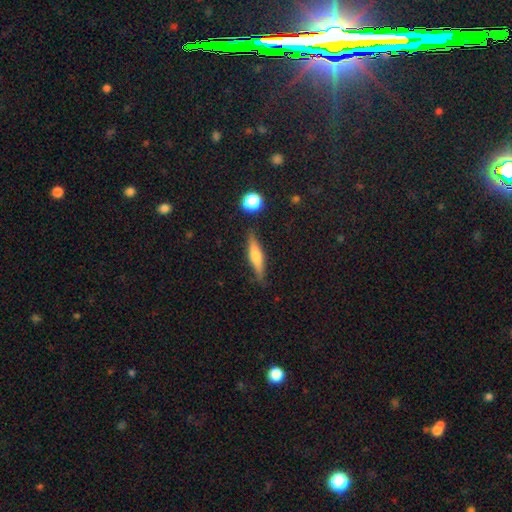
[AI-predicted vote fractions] Smooth or featured? Predicted: smooth (p=0.51). How rounded? Predicted: cigar-shaped (p=0.79). Merging? Predicted: none (p=0.82).